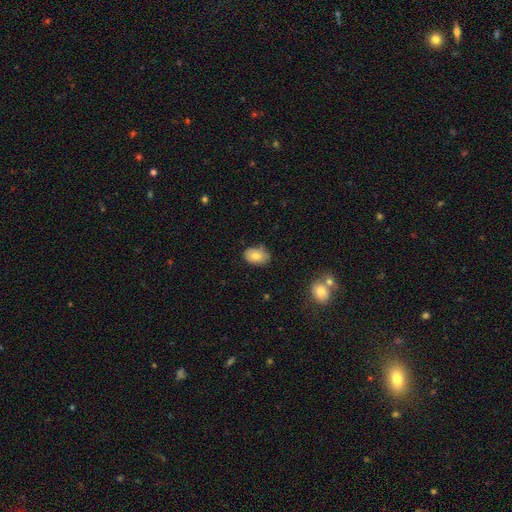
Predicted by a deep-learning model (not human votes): smooth 75%, featured or disk 17%, star or artifact 8%. Down the decision tree: how rounded — in between (79%); merging — none (72%).